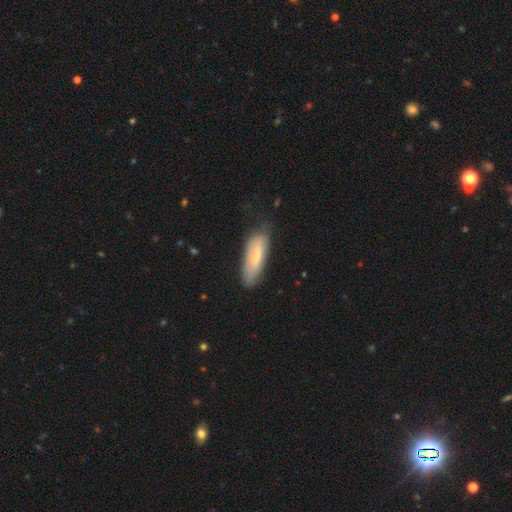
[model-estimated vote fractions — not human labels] A smooth galaxy with no disk features (63%) that is in between round and cigar-shaped (54%). Merging: none (65%).